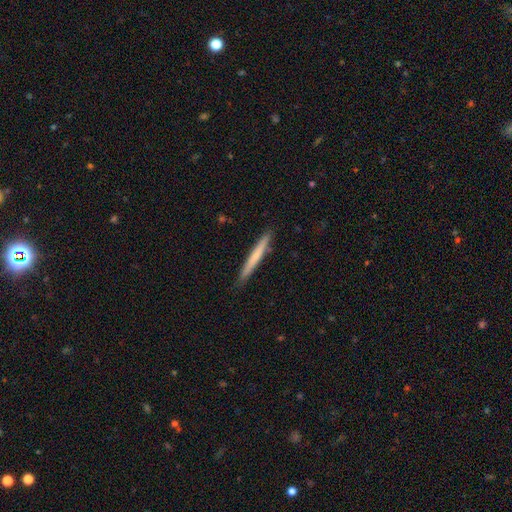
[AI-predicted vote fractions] A smooth galaxy with no disk features (60%) that is cigar-shaped (97%). Merging: none (89%).